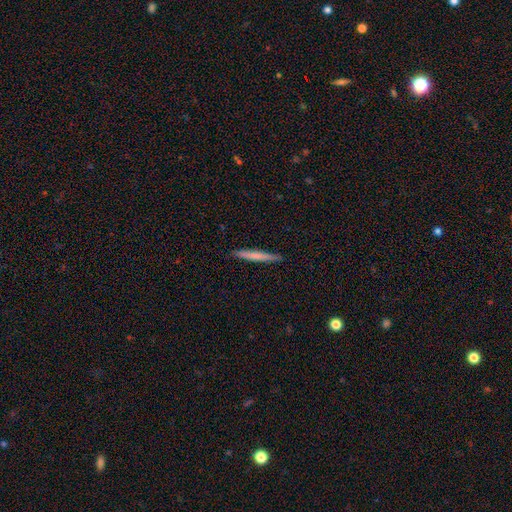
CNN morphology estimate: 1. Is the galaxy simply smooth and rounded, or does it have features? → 64% smooth, 31% featured or disk, 6% star or artifact.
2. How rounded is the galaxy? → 96% cigar-shaped, 3% in between, 1% round.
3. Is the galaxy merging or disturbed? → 91% none, 6% minor disturbance, 1% major disturbance, 1% merger.